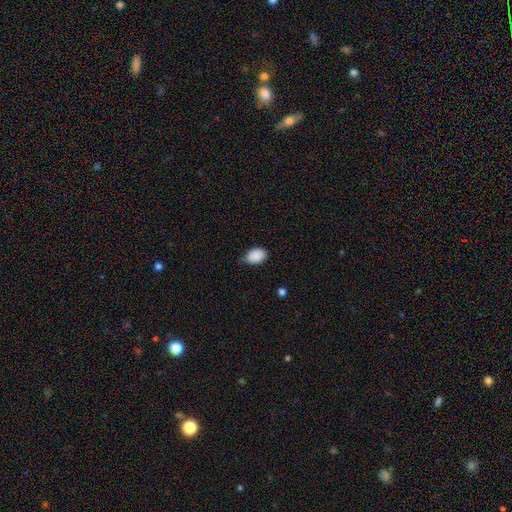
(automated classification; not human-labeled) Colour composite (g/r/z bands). It shows a smooth galaxy with no disk features (89%) that is in between round and cigar-shaped (83%). Merging: none (66%).